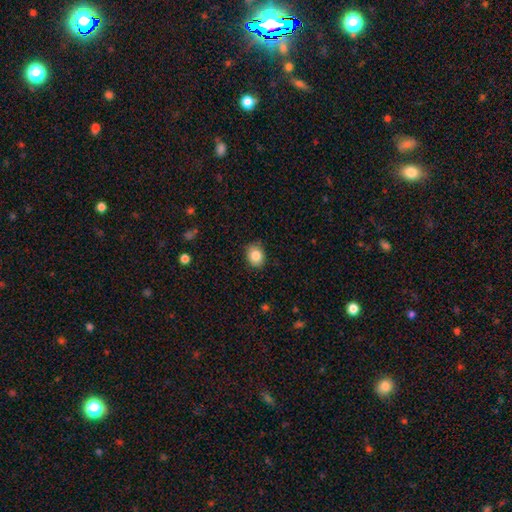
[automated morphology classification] Smooth or featured?
  - smooth: 84% *
  - star or artifact: 9%
  - featured or disk: 7%
How rounded?
  - round: 52% *
  - in between: 47%
  - cigar-shaped: 1%
Merging?
  - none: 84% *
  - minor disturbance: 13%
  - major disturbance: 2%
  - merger: 1%